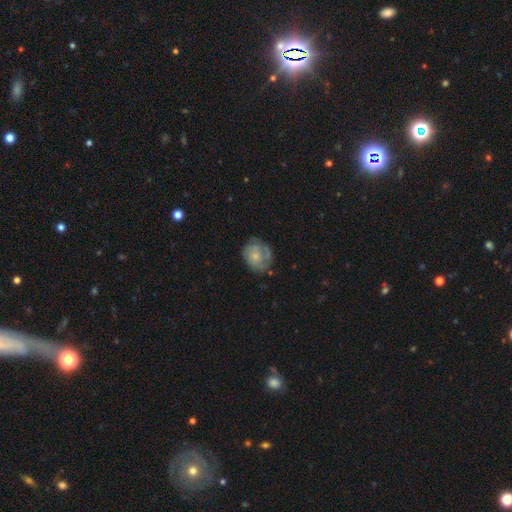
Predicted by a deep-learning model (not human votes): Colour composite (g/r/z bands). It shows a featured or disk galaxy (49%). Merging: none (64%).